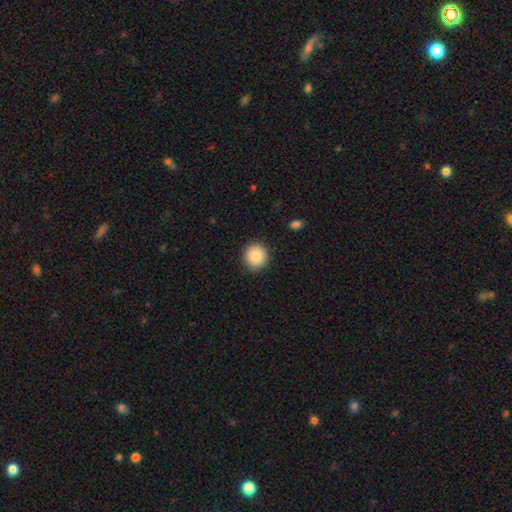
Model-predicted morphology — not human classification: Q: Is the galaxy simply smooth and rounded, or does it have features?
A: smooth — 87%.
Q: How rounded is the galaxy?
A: round — 90%.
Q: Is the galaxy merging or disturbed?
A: none — 90%.